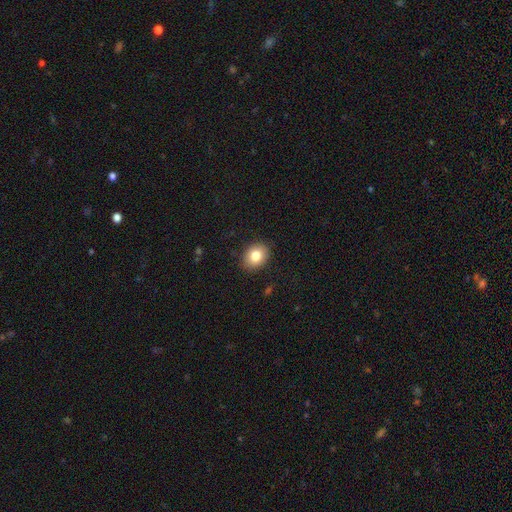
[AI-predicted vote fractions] A smooth galaxy with no disk features (81%) that is in between round and cigar-shaped (56%). Merging: none (88%).